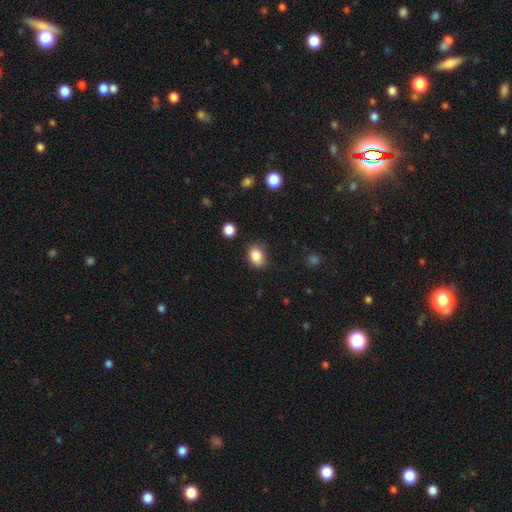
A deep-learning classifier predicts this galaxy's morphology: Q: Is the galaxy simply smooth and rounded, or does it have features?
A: smooth — 86%.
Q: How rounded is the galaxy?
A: in between — 76%.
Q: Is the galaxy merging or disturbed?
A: none — 79%.